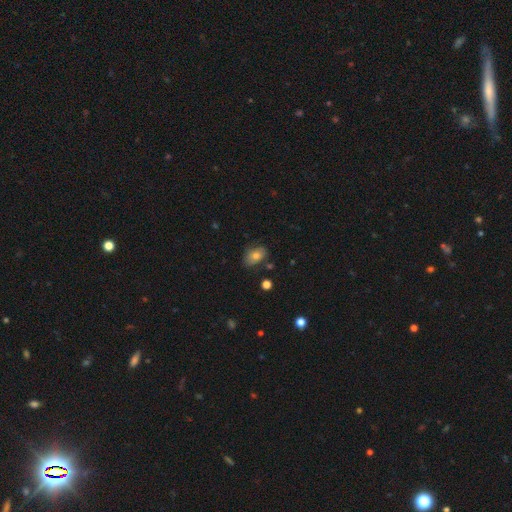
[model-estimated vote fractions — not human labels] Overall: smooth (72%). How rounded: in between (84%). Merging: none (74%).